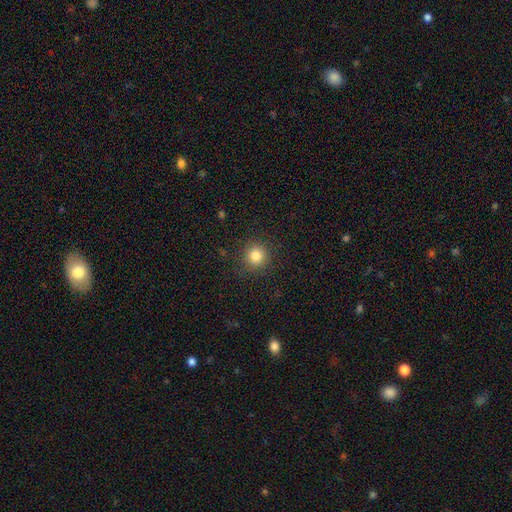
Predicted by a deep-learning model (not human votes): The model was most divided on "smooth or featured": smooth: 83%, star or artifact: 12%, featured or disk: 5%. More confident: how rounded — round (94%); merging — none (89%).